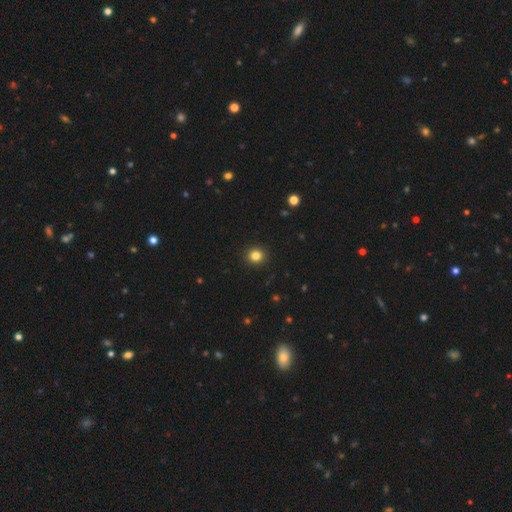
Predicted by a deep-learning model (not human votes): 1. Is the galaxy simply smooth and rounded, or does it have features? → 83% smooth, 12% star or artifact, 5% featured or disk.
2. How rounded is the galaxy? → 91% round, 9% in between, 1% cigar-shaped.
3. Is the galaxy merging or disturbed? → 93% none, 5% minor disturbance, 2% major disturbance, 1% merger.